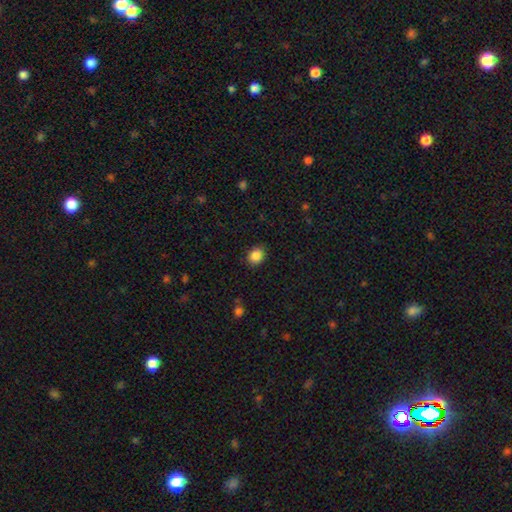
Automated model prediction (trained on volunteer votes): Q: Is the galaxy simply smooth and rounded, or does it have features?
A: smooth — 86%.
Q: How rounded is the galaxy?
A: round — 61%.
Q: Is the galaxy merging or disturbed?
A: none — 87%.